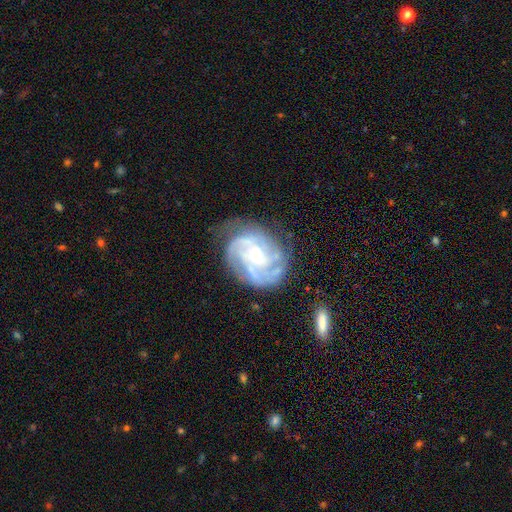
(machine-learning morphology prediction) This is clearly a featured or disk galaxy (88%). It is clearly not viewed edge-on (97%). Bar: likely no (62%). Spiral arm pattern: clearly yes (97%). Spiral arm count: marginally 3 (33%). Spiral winding: possibly tight (57%). Central bulge: possibly small (50%). Merging: likely none (70%).